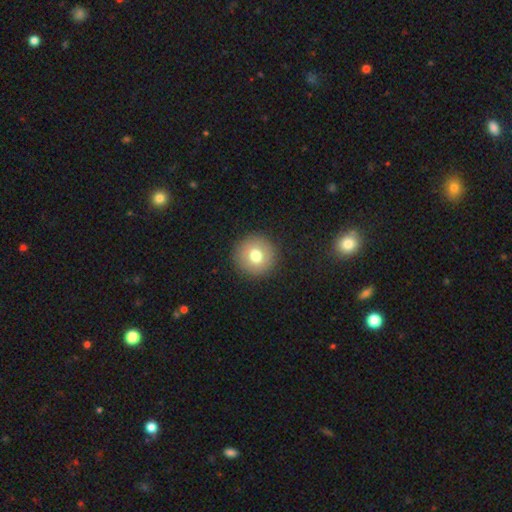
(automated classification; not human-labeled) smooth-or-featured: smooth: 75% | featured or disk: 14% | star or artifact: 10%
  how-rounded: round: 95% | in between: 4% | cigar-shaped: 1%
  merging: none: 91% | minor disturbance: 6% | major disturbance: 2% | merger: 1%